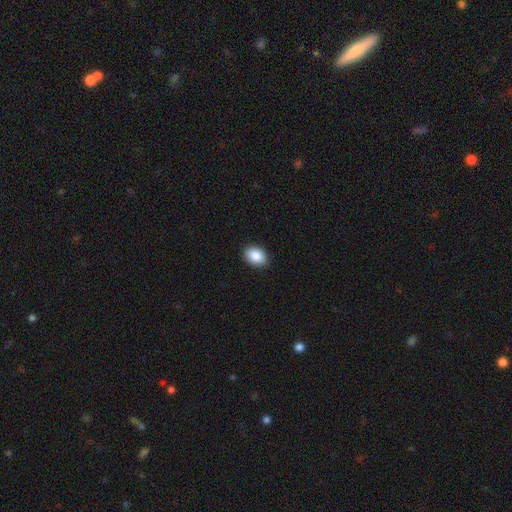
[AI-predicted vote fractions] Overall: smooth (89%). How rounded: in between (82%). Merging: none (91%).